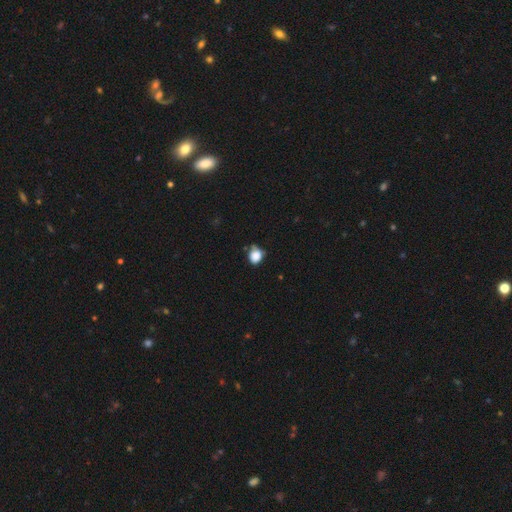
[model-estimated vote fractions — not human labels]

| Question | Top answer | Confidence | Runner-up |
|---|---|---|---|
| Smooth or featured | smooth | 85% | star or artifact (10%) |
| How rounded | round | 59% | in between (40%) |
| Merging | none | 54% | minor disturbance (31%) |